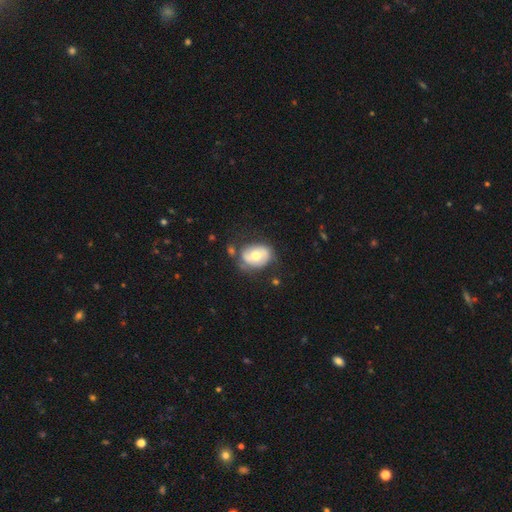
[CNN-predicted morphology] type=smooth (52%); roundness=in between (66%); merging=none (60%).